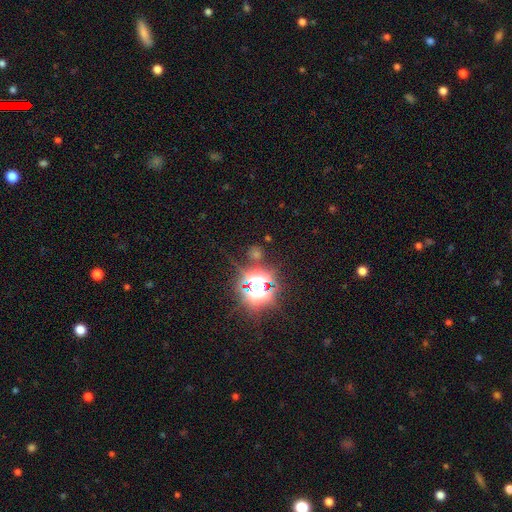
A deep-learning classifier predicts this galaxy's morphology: Smooth or featured? star or artifact (73%)